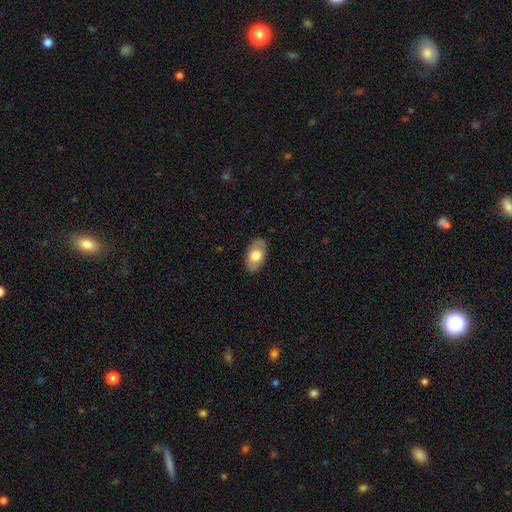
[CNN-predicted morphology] Overall: smooth (69%). How rounded: in between (93%). Merging: none (84%).